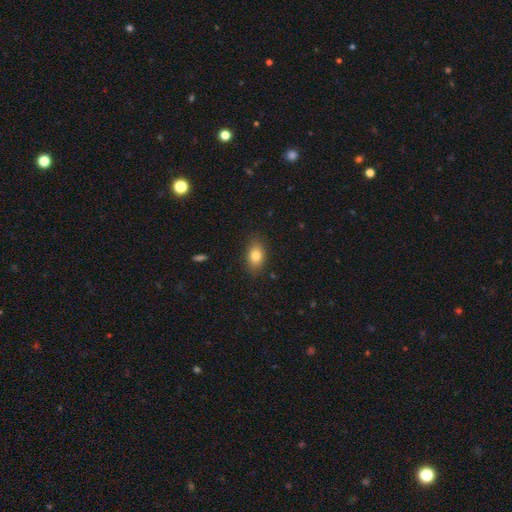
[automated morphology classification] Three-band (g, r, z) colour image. It shows a smooth galaxy with no disk features (81%) that is in between round and cigar-shaped (82%). Merging: none (85%).